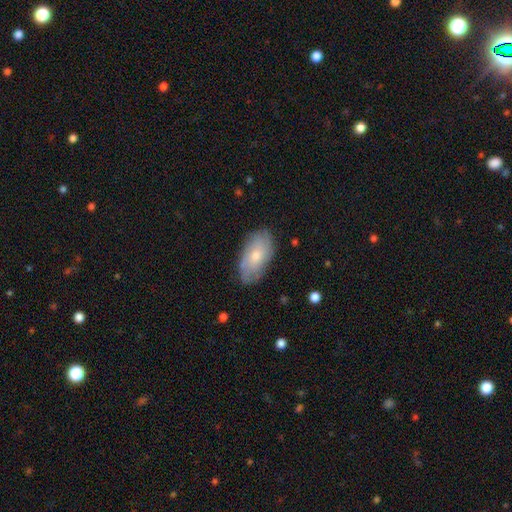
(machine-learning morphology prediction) The model was most divided on "smooth or featured": smooth: 59%, featured or disk: 35%, star or artifact: 6%. More confident: how rounded — in between (93%); merging — none (78%).